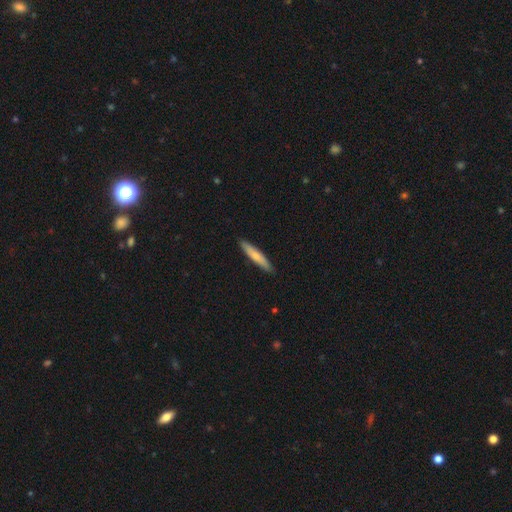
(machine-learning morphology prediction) type=smooth (69%); roundness=cigar-shaped (90%); merging=none (89%).